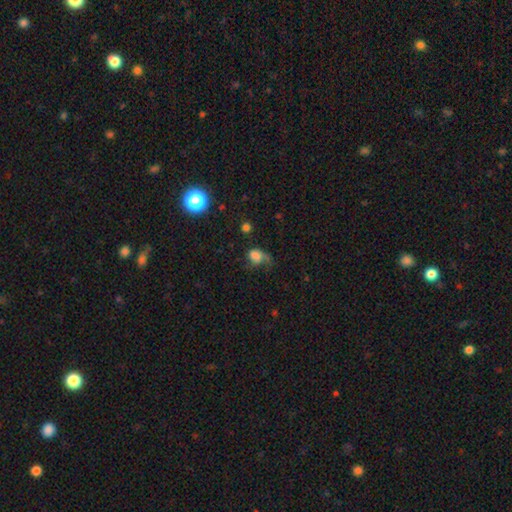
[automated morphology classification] smooth 67%, featured or disk 19%, star or artifact 14%. Down the decision tree: how rounded — in between (58%); merging — major disturbance (42%).